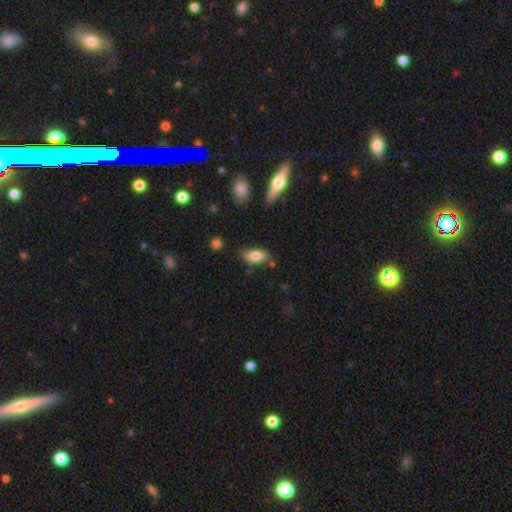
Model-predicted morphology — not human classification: Smooth or featured: smooth — 78% (featured or disk — 15%)
How rounded: in between — 88% (cigar-shaped — 8%)
Merging: none — 69% (minor disturbance — 22%)